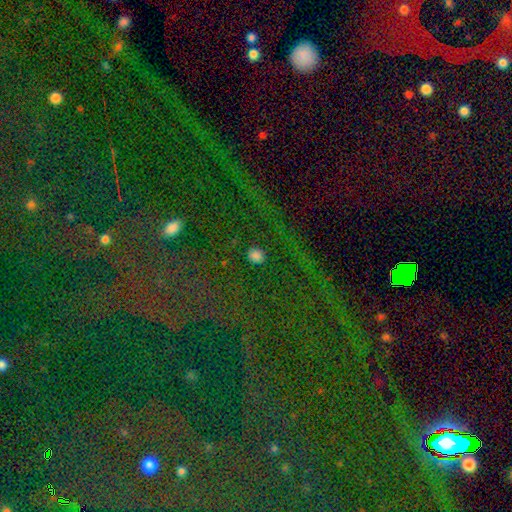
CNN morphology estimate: The model was most divided on "smooth or featured": smooth: 76%, star or artifact: 19%, featured or disk: 5%. More confident: merging — none (87%); how rounded — round (78%).